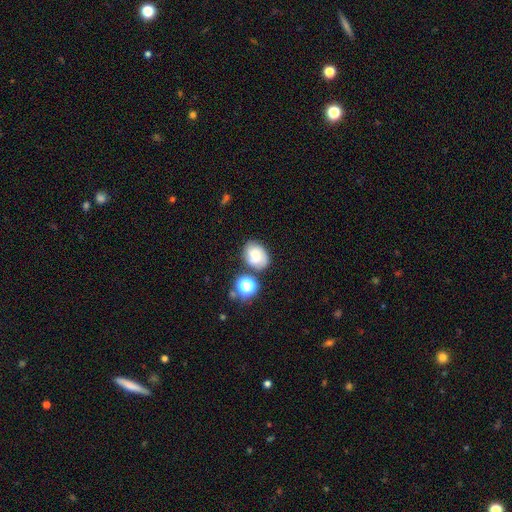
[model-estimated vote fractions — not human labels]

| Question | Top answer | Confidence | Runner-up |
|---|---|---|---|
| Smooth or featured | smooth | 51% | featured or disk (34%) |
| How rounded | in between | 61% | round (38%) |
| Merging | none | 59% | minor disturbance (20%) |